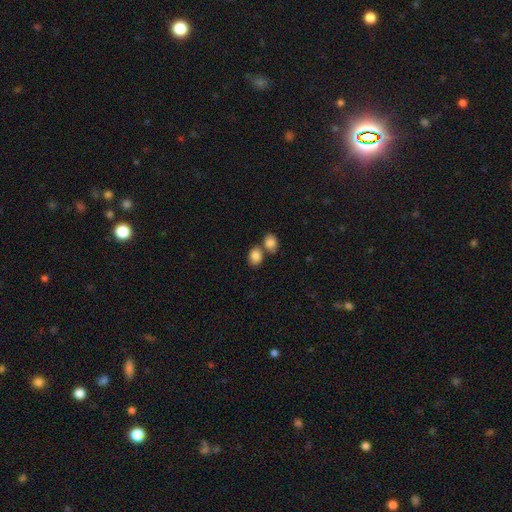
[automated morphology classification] A smooth galaxy with no disk features (86%) that is in between round and cigar-shaped (61%).

Vote fractions:
- Smooth or featured? smooth: 86% / star or artifact: 8% / featured or disk: 6%
- How rounded? in between: 61% / round: 38% / cigar-shaped: 1%
- Merging? none: 47% / merger: 40% / minor disturbance: 10% / major disturbance: 3%